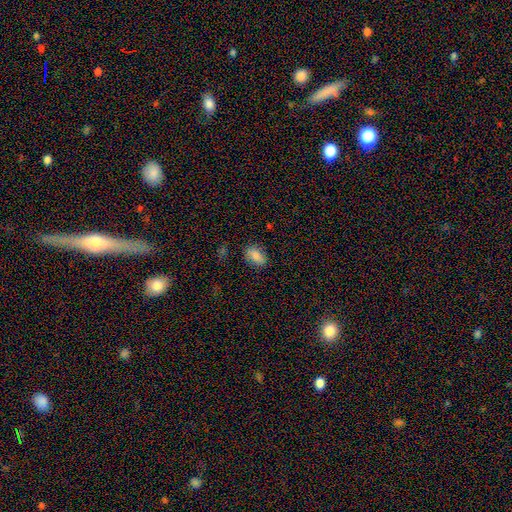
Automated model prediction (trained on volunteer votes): Smooth or featured? smooth (85%)
How rounded? in between (88%)
Merging? none (83%)